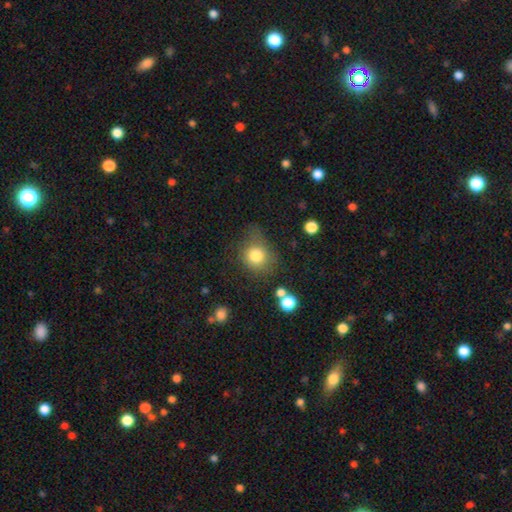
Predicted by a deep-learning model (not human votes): This is likely a smooth galaxy (80%). How rounded: likely round (78%). Merging: possibly none (56%).